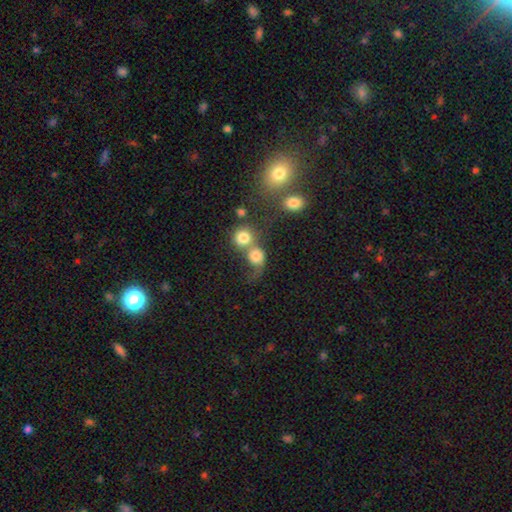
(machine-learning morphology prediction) smooth 74%, featured or disk 15%, star or artifact 12%. Down the decision tree: how rounded — round (77%); merging — merger (54%).